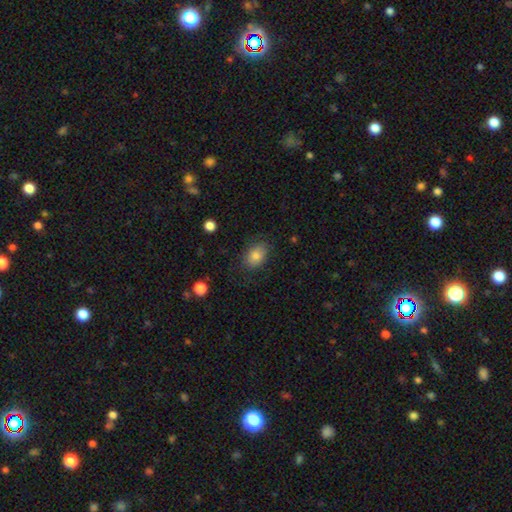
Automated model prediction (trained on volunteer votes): A smooth galaxy with no disk features (83%) that is in between round and cigar-shaped (79%). Merging: none (79%).